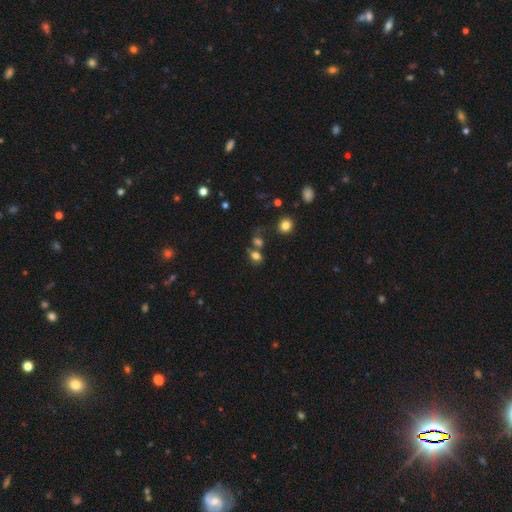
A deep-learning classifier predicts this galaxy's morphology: smooth-or-featured: smooth: 74% | star or artifact: 15% | featured or disk: 10%
  how-rounded: in between: 61% | round: 37% | cigar-shaped: 2%
  merging: none: 47% | merger: 34% | minor disturbance: 13% | major disturbance: 7%